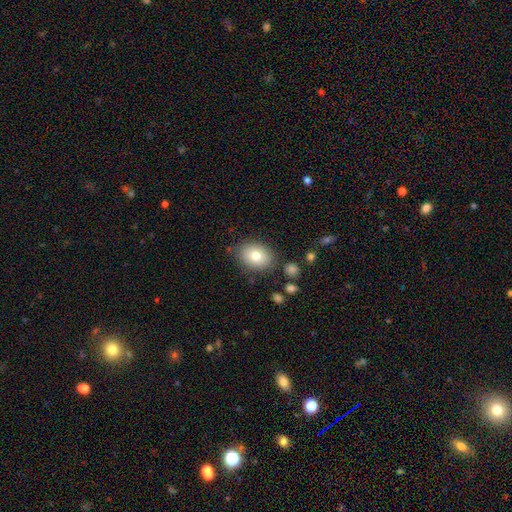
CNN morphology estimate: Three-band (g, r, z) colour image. It shows a smooth galaxy with no disk features (78%) that is in between round and cigar-shaped (69%). Merging: none (81%).